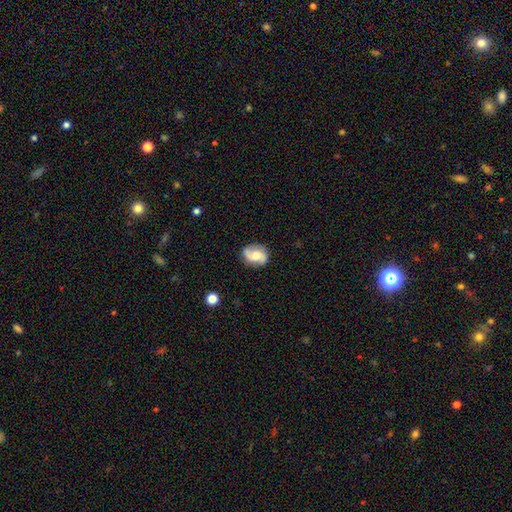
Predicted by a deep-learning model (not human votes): The model was most divided on "spiral winding": loose: 45%, medium: 39%, tight: 16%. More confident: edge-on disk — no (97%); spiral arms — yes (92%); spiral arm count — 2 (88%); merging — none (79%); smooth or featured — featured or disk (64%); bulge size — moderate (58%); bar — no (56%).